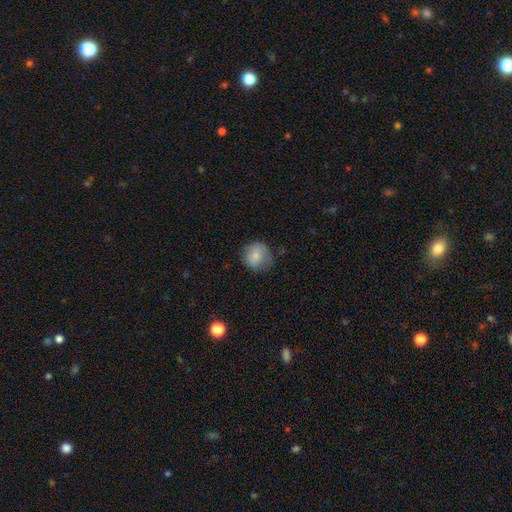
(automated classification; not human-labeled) Smooth or featured? Predicted: smooth (p=0.79). How rounded? Predicted: round (p=0.87). Merging? Predicted: none (p=0.66).